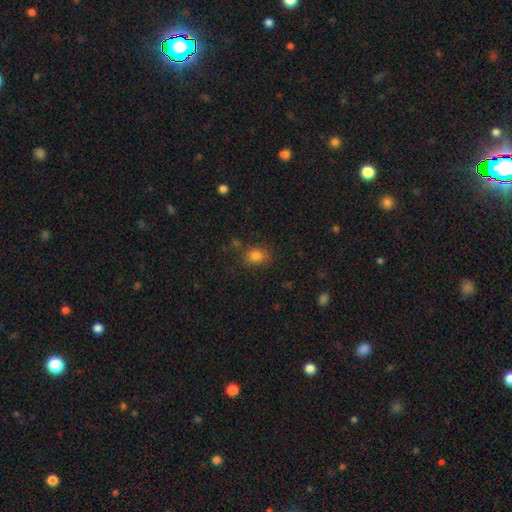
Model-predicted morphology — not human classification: Smooth or featured?
  - smooth: 81% *
  - star or artifact: 12%
  - featured or disk: 7%
How rounded?
  - in between: 55% *
  - round: 44%
  - cigar-shaped: 1%
Merging?
  - none: 74% *
  - minor disturbance: 16%
  - major disturbance: 5%
  - merger: 4%